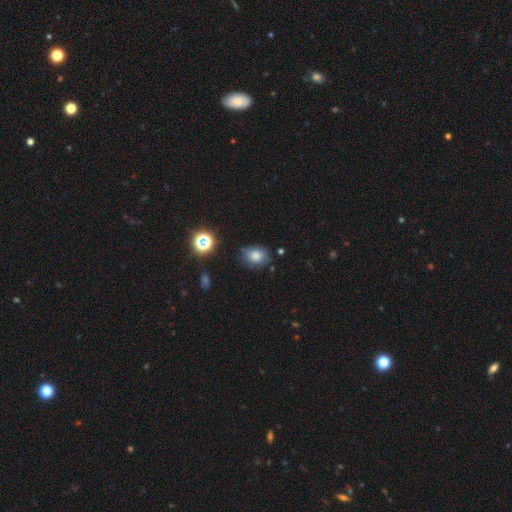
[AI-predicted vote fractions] A smooth galaxy with no disk features (76%) that is in between round and cigar-shaped (54%). Merging: none (68%).